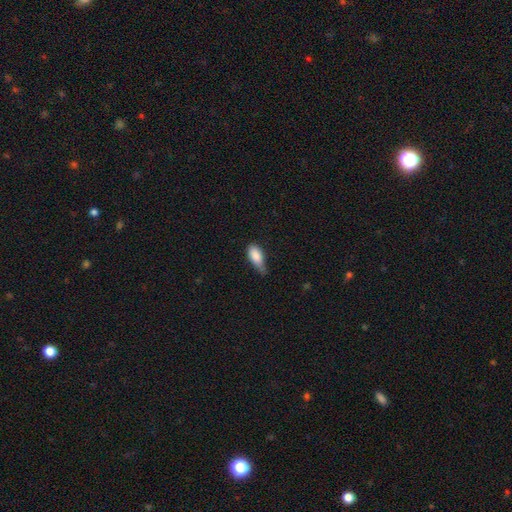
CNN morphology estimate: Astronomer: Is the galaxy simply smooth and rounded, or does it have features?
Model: smooth — 85%.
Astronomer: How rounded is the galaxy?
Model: in between — 85%.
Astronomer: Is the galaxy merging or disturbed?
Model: minor disturbance — 50% (runner-up: none, 36%).